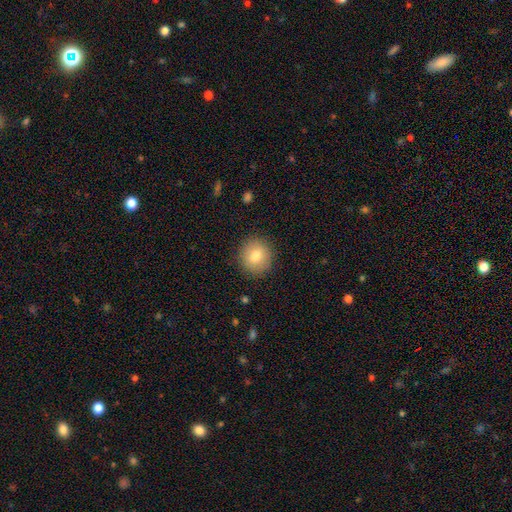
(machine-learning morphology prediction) smooth_or_featured: smooth (p=0.80) [alt: featured or disk p=0.11]
how_rounded: round (p=0.91) [alt: in between p=0.08]
merging: none (p=0.90) [alt: minor disturbance p=0.07]